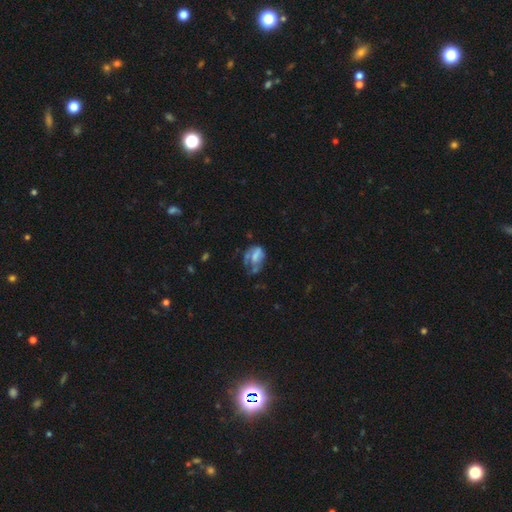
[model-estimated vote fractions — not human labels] Overall: featured or disk (44%, tied with smooth). Merging: major disturbance (39%; none 26%).